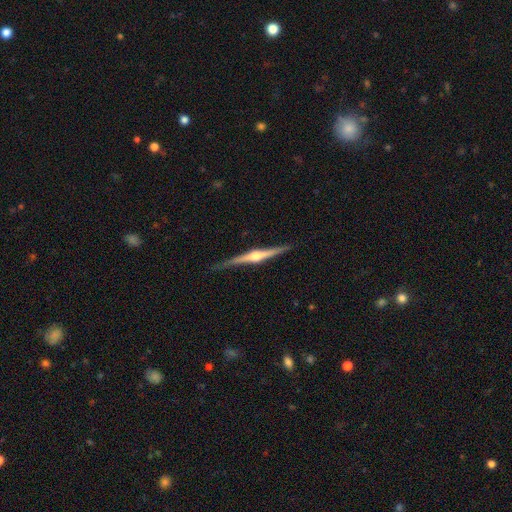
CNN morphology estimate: This is clearly a featured or disk galaxy (81%). It is clearly viewed edge-on (98%). Edge-on bulge: clearly rounded (93%). Merging: clearly none (85%).